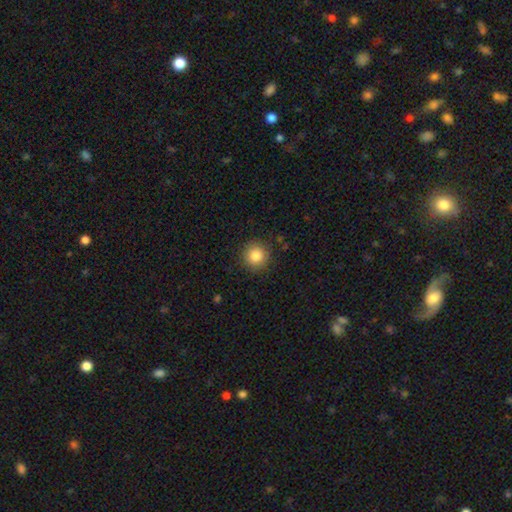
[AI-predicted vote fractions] A smooth galaxy with no disk features (85%) that is round (94%).

Vote fractions:
- Smooth or featured? smooth: 85% / star or artifact: 10% / featured or disk: 6%
- How rounded? round: 94% / in between: 5% / cigar-shaped: 1%
- Merging? none: 89% / minor disturbance: 7% / major disturbance: 2% / merger: 1%